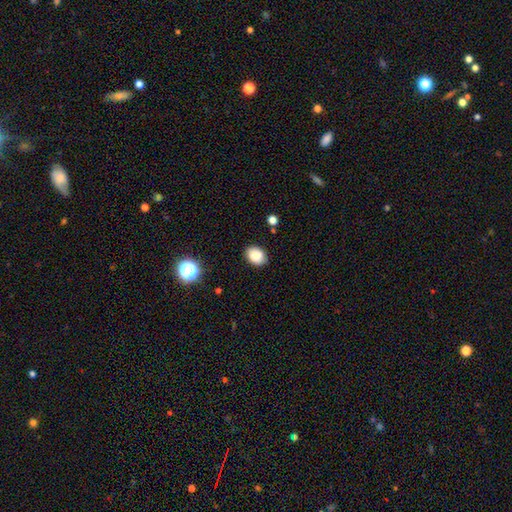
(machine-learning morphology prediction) Smooth or featured? smooth (85%)
How rounded? in between (66%)
Merging? none (84%)